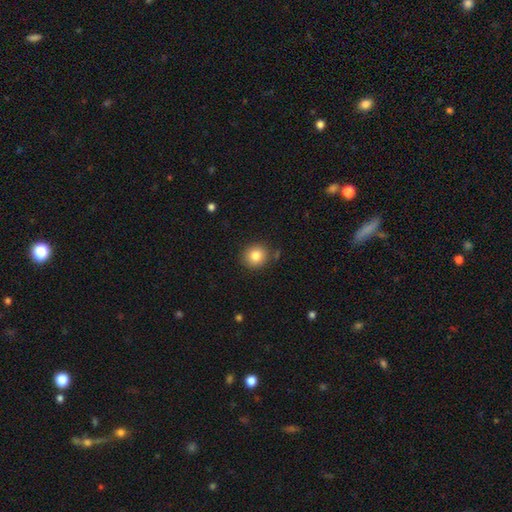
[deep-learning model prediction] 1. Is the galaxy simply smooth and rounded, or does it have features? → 84% smooth, 10% star or artifact, 6% featured or disk.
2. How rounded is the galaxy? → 89% round, 10% in between, 1% cigar-shaped.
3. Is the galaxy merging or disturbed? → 86% none, 9% minor disturbance, 3% merger, 2% major disturbance.